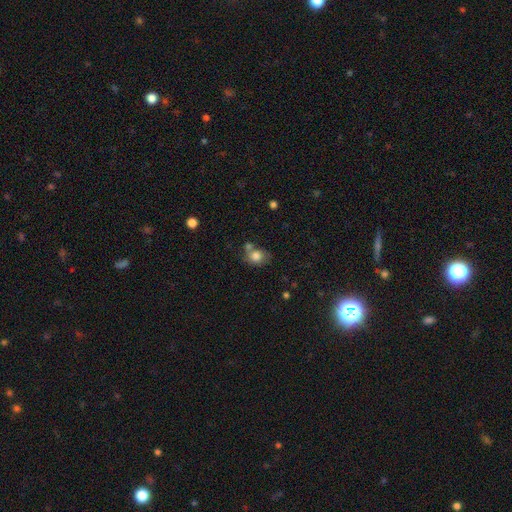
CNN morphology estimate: smooth_or_featured: smooth (p=0.79) [alt: featured or disk p=0.12]
how_rounded: round (p=0.57) [alt: in between p=0.42]
merging: none (p=0.49) [alt: merger p=0.24]